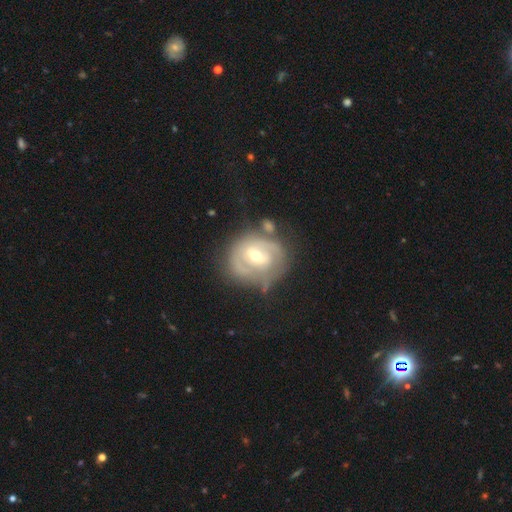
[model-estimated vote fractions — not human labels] A featured or disk galaxy (77%) with a weak bar (50%), 2 (47%) tight (61%) spiral arms (76%) and a moderate central bulge (63%). Merging: none (56%).